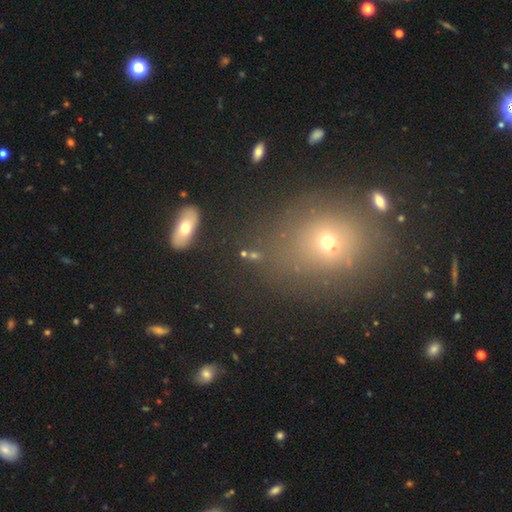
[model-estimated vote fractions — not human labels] smooth-or-featured: smooth: 56% | star or artifact: 27% | featured or disk: 16%
  how-rounded: round: 53% | in between: 41% | cigar-shaped: 6%
  merging: none: 63% | merger: 17% | minor disturbance: 12% | major disturbance: 9%